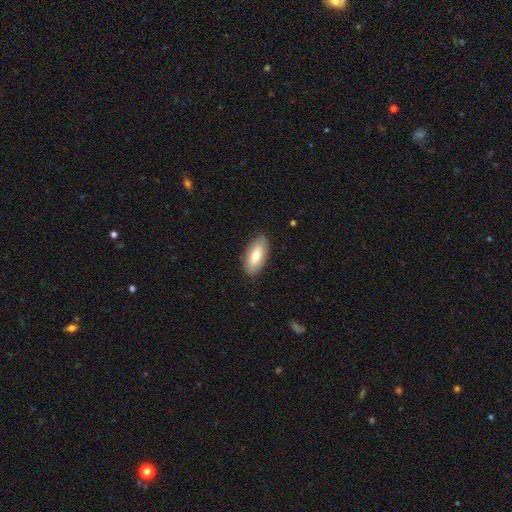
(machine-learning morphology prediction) smooth_or_featured: smooth (p=0.74) [alt: featured or disk p=0.21]
how_rounded: in between (p=0.91) [alt: cigar-shaped p=0.07]
merging: none (p=0.87) [alt: minor disturbance p=0.10]